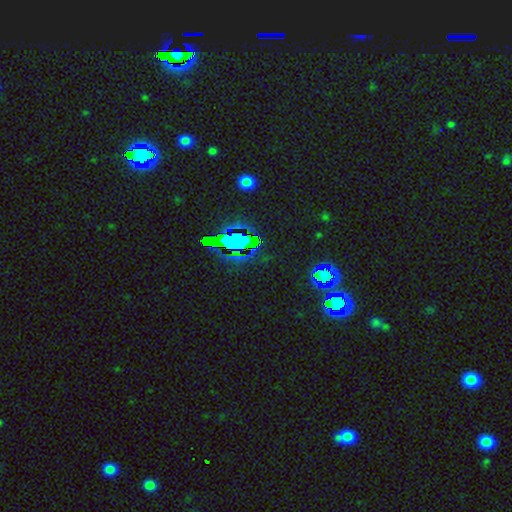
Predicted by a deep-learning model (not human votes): Morphology: type=star or artifact (80%).